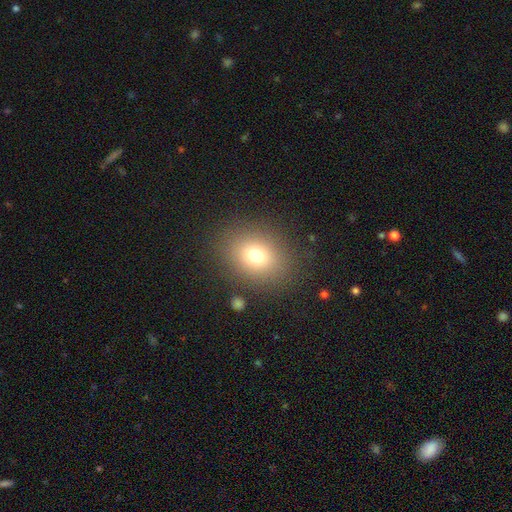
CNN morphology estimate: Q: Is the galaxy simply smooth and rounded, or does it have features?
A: smooth — 74%.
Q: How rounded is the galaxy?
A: in between — 51%.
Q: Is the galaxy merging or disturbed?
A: none — 84%.